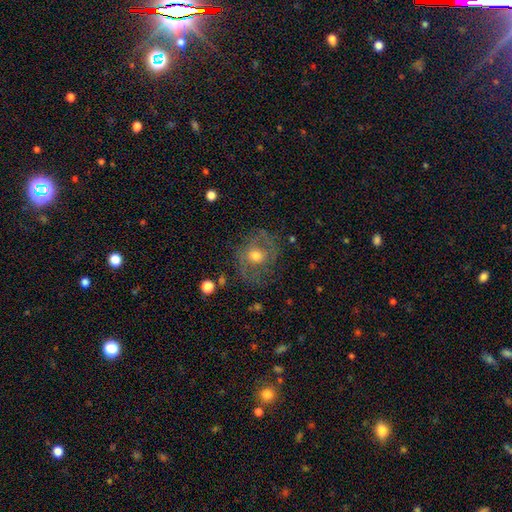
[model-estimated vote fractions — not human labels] smooth_or_featured: featured or disk (p=0.60) [alt: smooth p=0.29]
disk_edge_on: no (p=0.96) [alt: yes p=0.04]
bar: no (p=0.73) [alt: weak p=0.22]
has_spiral_arms: yes (p=0.63) [alt: no p=0.37]
bulge_size: moderate (p=0.71) [alt: small p=0.19]
merging: none (p=0.68) [alt: minor disturbance p=0.17]